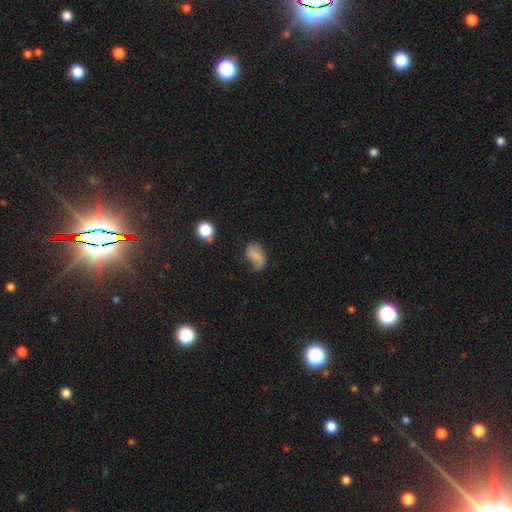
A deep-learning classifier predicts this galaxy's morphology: Smooth or featured?
  - smooth: 48% *
  - featured or disk: 41%
  - star or artifact: 11%
Merging?
  - none: 42% *
  - minor disturbance: 30%
  - major disturbance: 24%
  - merger: 4%